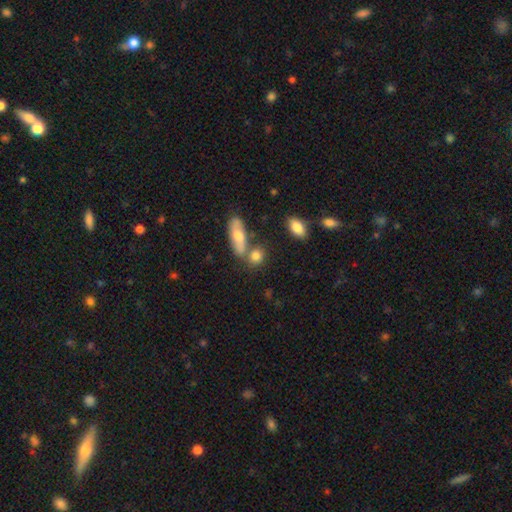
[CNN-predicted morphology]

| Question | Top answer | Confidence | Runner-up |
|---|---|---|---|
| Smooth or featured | smooth | 77% | featured or disk (14%) |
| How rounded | round | 48% | in between (43%) |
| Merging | none | 59% | merger (24%) |